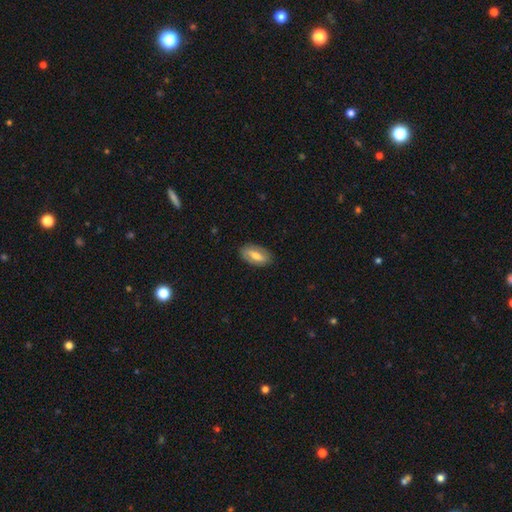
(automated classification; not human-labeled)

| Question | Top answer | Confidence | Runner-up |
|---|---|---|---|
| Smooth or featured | smooth | 58% | featured or disk (36%) |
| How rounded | in between | 89% | cigar-shaped (7%) |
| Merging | none | 85% | minor disturbance (11%) |